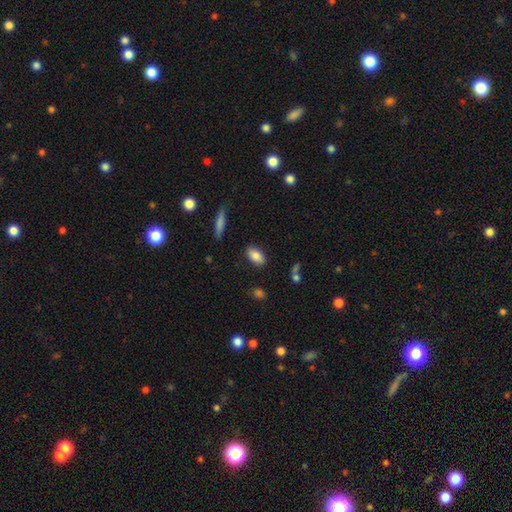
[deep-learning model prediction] Overall: smooth (83%). How rounded: in between (91%). Merging: none (86%).